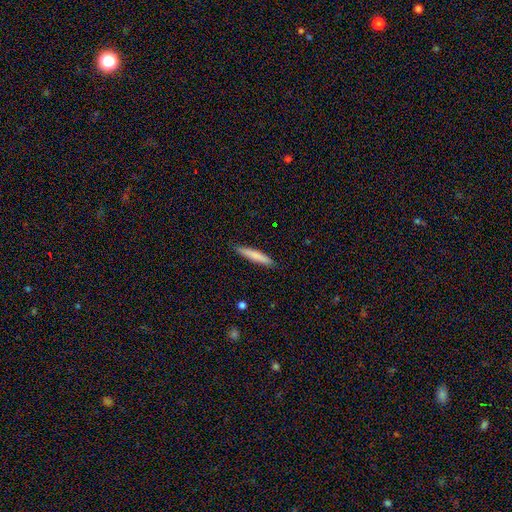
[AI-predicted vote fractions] Smooth or featured?
  - smooth: 80% *
  - featured or disk: 14%
  - star or artifact: 6%
How rounded?
  - cigar-shaped: 90% *
  - in between: 8%
  - round: 1%
Merging?
  - none: 88% *
  - minor disturbance: 10%
  - major disturbance: 2%
  - merger: 1%